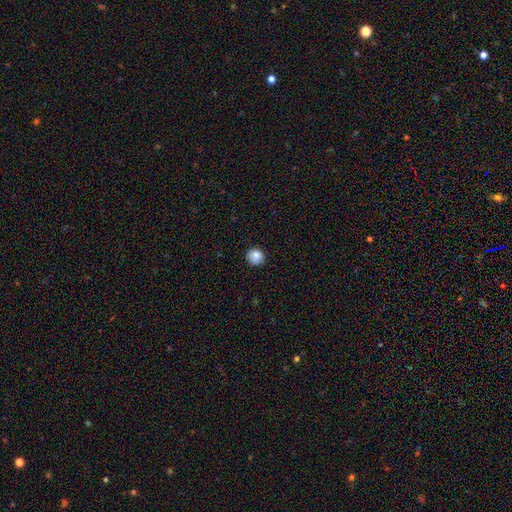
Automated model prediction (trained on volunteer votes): A smooth galaxy with no disk features (85%) that is round (84%).

Vote fractions:
- Smooth or featured? smooth: 85% / star or artifact: 9% / featured or disk: 6%
- How rounded? round: 84% / in between: 15% / cigar-shaped: 1%
- Merging? none: 87% / minor disturbance: 10% / major disturbance: 2% / merger: 1%